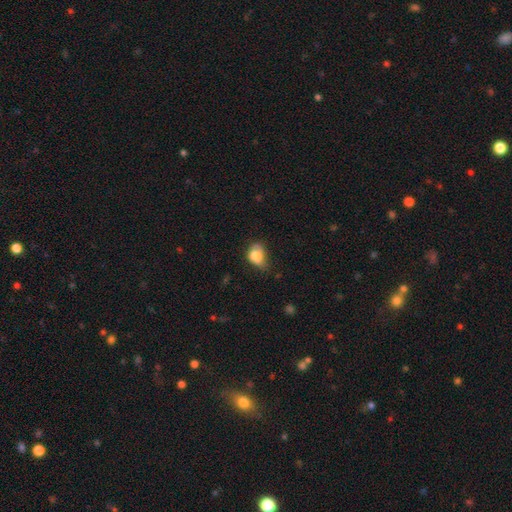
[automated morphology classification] A smooth galaxy with no disk features (79%) that is in between round and cigar-shaped (71%). Merging: minor disturbance (43%).